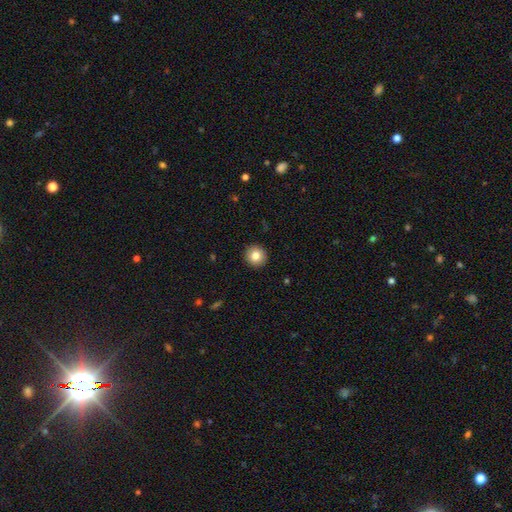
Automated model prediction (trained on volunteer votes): Smooth or featured?
  - smooth: 82% *
  - star or artifact: 9%
  - featured or disk: 9%
How rounded?
  - round: 95% *
  - in between: 4%
  - cigar-shaped: 1%
Merging?
  - none: 93% *
  - minor disturbance: 4%
  - major disturbance: 1%
  - merger: 1%